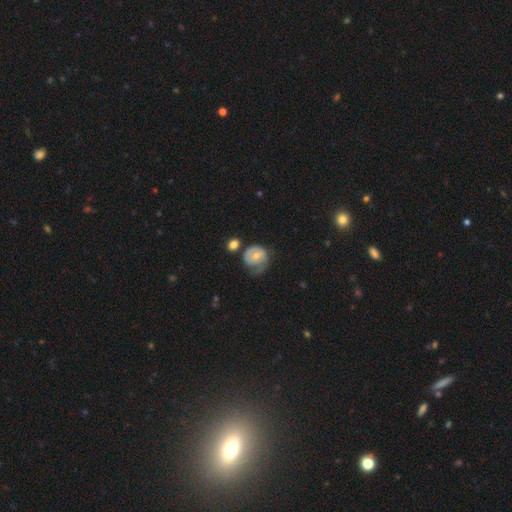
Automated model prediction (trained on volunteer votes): Q: Smooth or featured?
A: smooth (47%); runner-up: featured or disk (46%)
Q: Merging?
A: none (36%); runner-up: minor disturbance (32%)